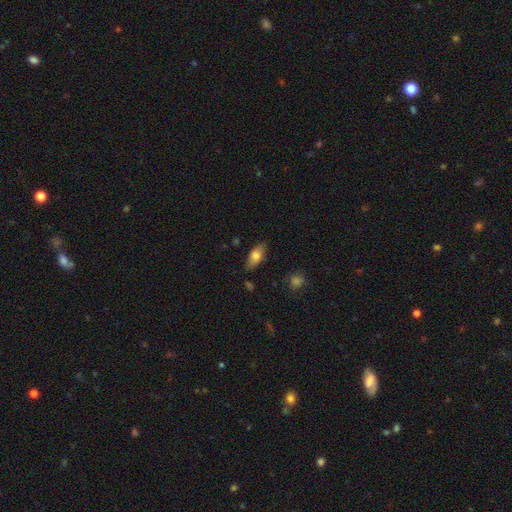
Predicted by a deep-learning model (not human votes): Smooth or featured?
  - smooth: 73% *
  - featured or disk: 20%
  - star or artifact: 7%
How rounded?
  - in between: 82% *
  - cigar-shaped: 14%
  - round: 3%
Merging?
  - none: 81% *
  - minor disturbance: 14%
  - major disturbance: 3%
  - merger: 2%